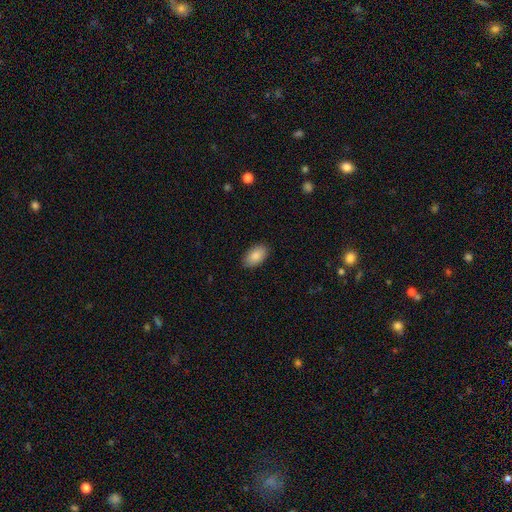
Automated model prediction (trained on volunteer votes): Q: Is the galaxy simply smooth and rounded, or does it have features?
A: smooth — 88%.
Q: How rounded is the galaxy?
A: in between — 94%.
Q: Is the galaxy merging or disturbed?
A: none — 88%.